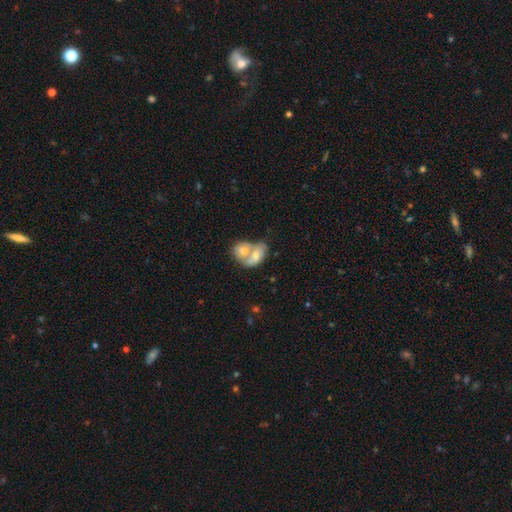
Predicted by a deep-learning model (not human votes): Q: Smooth or featured?
A: smooth (60%); runner-up: featured or disk (34%)
Q: How rounded?
A: in between (73%); runner-up: round (25%)
Q: Merging?
A: merger (81%); runner-up: none (10%)